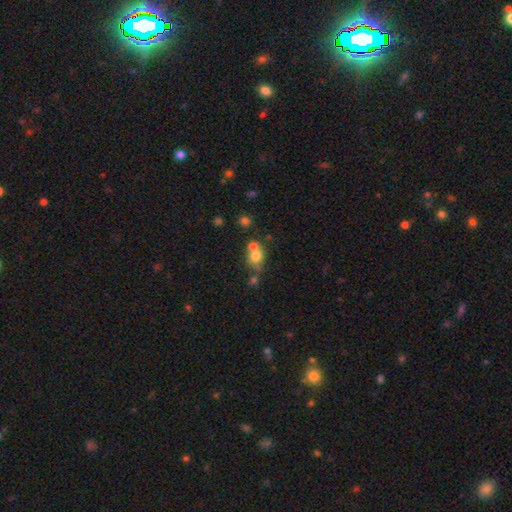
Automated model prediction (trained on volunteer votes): A smooth galaxy with no disk features (71%) that is round (70%).

Vote fractions:
- Smooth or featured? smooth: 71% / featured or disk: 15% / star or artifact: 14%
- How rounded? round: 70% / in between: 29% / cigar-shaped: 1%
- Merging? merger: 44% / none: 42% / minor disturbance: 9% / major disturbance: 5%